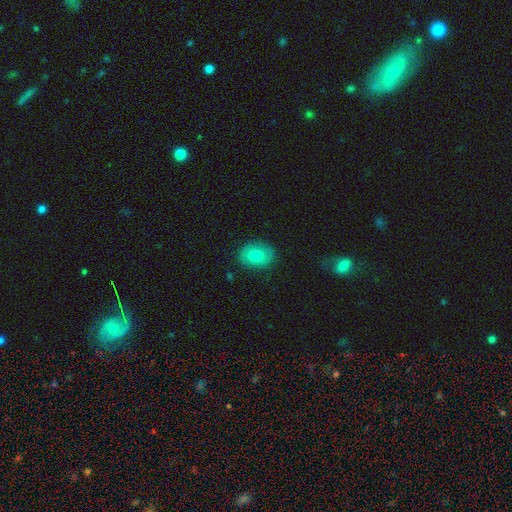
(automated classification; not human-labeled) This appears to be a smooth galaxy with no disk features (73%) that is in between round and cigar-shaped (60%). Merging: none (83%).